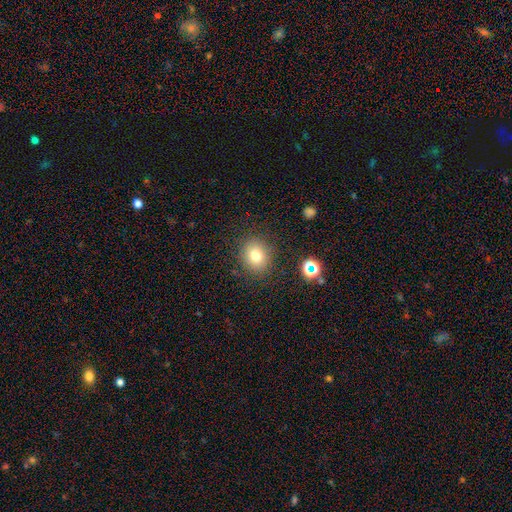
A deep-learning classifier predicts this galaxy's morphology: Overall: smooth (77%). How rounded: round (75%). Merging: none (86%).